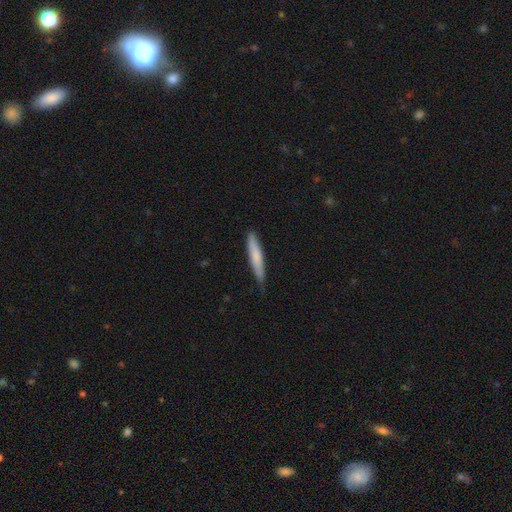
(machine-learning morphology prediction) This appears to be a smooth galaxy with no disk features (74%) that is cigar-shaped (93%). Merging: none (79%).